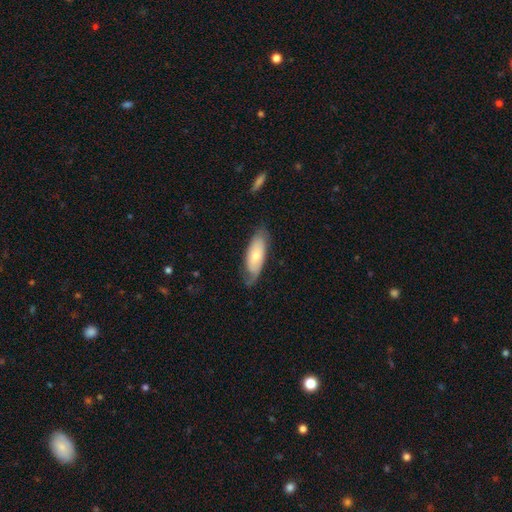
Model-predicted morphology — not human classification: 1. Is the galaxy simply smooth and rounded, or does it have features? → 58% smooth, 36% featured or disk, 6% star or artifact.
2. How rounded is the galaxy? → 75% in between, 23% cigar-shaped, 2% round.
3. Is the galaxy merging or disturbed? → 63% none, 26% minor disturbance, 9% major disturbance, 2% merger.